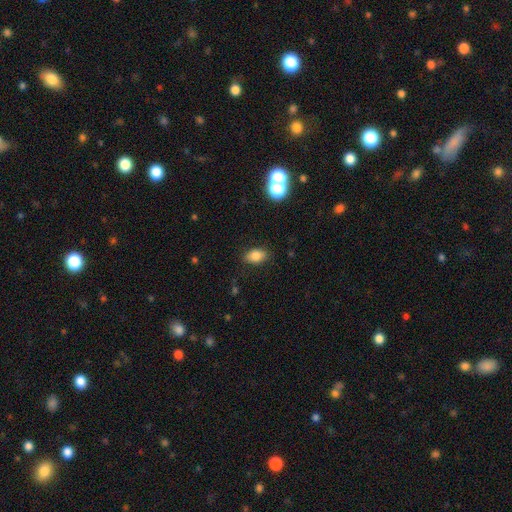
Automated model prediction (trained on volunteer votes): This is clearly a smooth galaxy (81%). How rounded: clearly in between (84%). Merging: clearly none (85%).